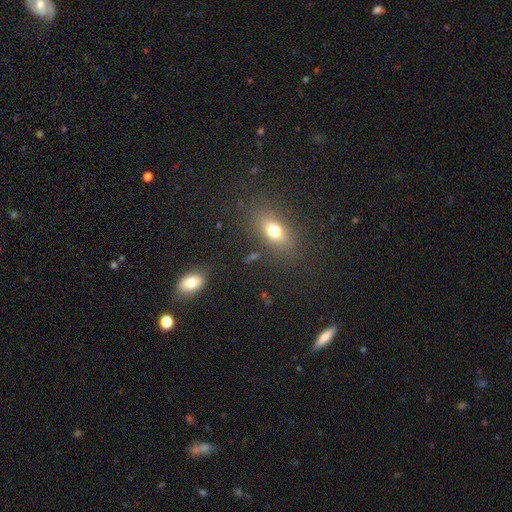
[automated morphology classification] type=smooth (62%); roundness=in between (72%); merging=none (82%).